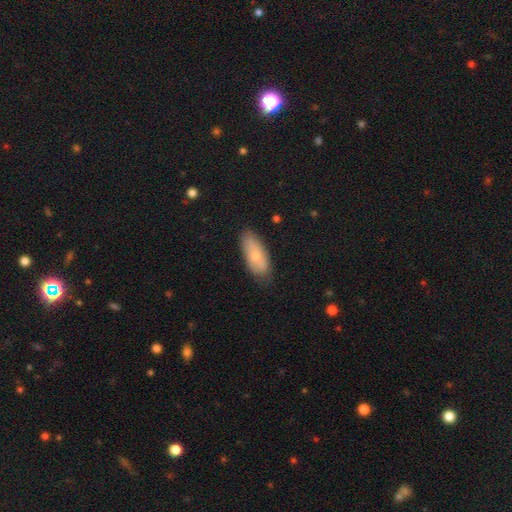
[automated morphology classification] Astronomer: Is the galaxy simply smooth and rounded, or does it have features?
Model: smooth — 71%.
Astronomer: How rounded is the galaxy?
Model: in between — 84%.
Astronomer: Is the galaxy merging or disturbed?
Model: none — 74%.